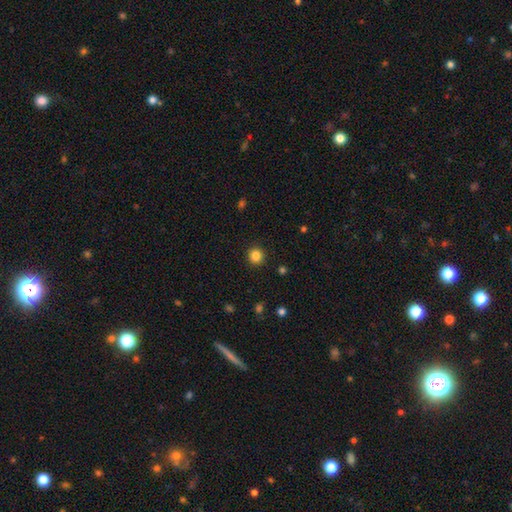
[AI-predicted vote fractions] smooth 85%, star or artifact 12%, featured or disk 4%. Down the decision tree: how rounded — round (93%); merging — none (92%).